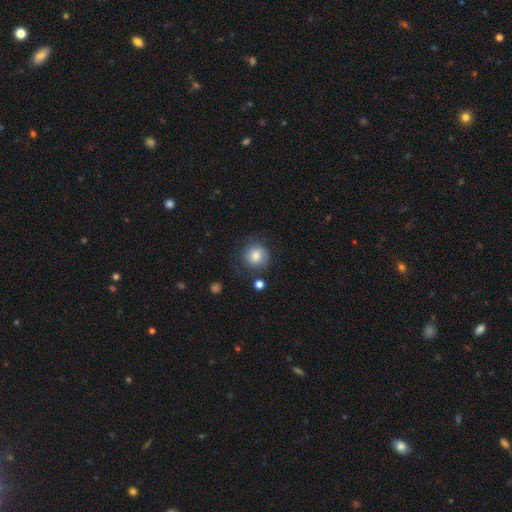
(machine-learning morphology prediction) type=smooth (80%); roundness=round (88%); merging=none (71%).